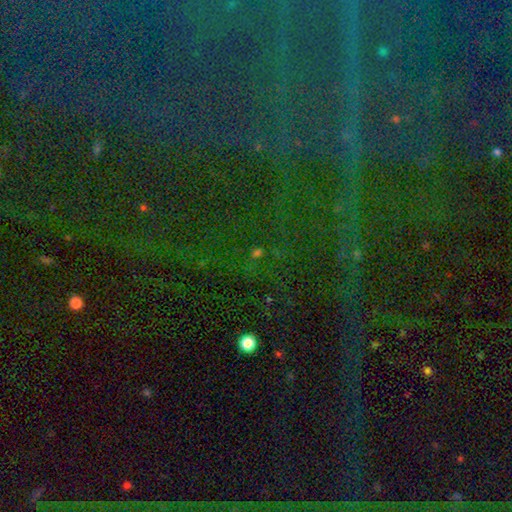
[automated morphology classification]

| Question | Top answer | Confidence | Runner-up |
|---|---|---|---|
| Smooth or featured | star or artifact | 79% | smooth (11%) |